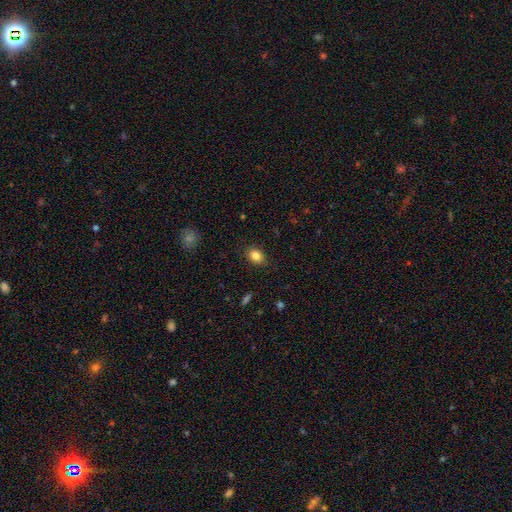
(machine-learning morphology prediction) type=smooth (84%); roundness=in between (74%); merging=none (85%).